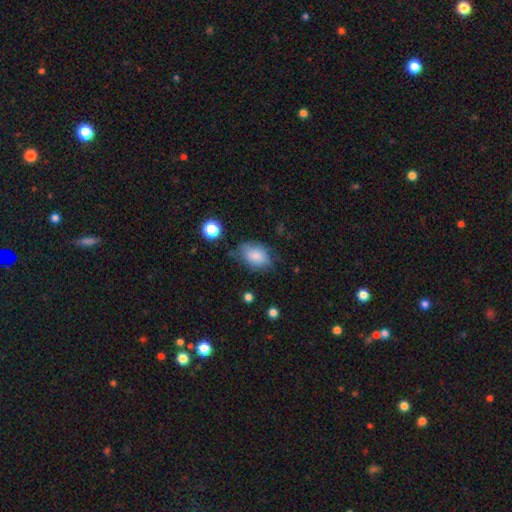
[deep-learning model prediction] A smooth galaxy with no disk features (83%) that is in between round and cigar-shaped (86%).

Vote fractions:
- Smooth or featured? smooth: 83% / featured or disk: 9% / star or artifact: 8%
- How rounded? in between: 86% / round: 13% / cigar-shaped: 1%
- Merging? none: 61% / minor disturbance: 27% / major disturbance: 9% / merger: 3%